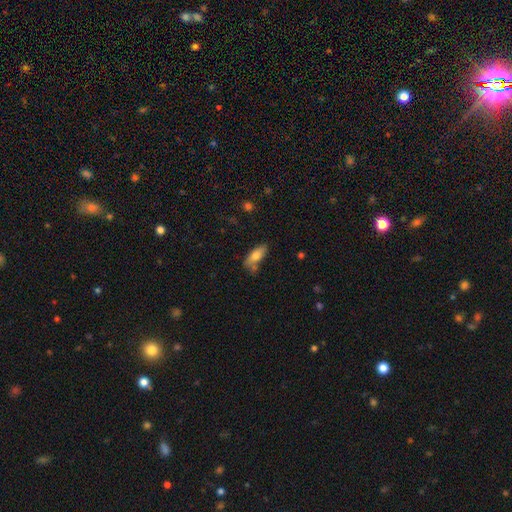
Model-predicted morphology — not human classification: Smooth or featured? smooth (74%)
How rounded? in between (74%)
Merging? none (55%)